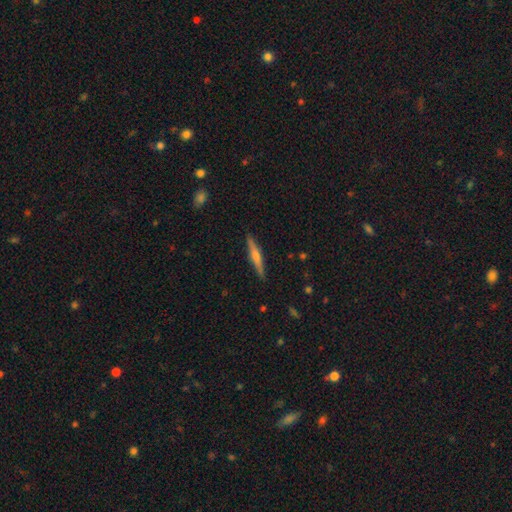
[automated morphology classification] smooth-or-featured: featured or disk: 61% | smooth: 33% | star or artifact: 6%
  disk-edge-on: yes: 97% | no: 3%
    edge-on-bulge: rounded: 76% | none: 13% | boxy: 11%
  merging: none: 90% | minor disturbance: 7% | major disturbance: 1% | merger: 1%